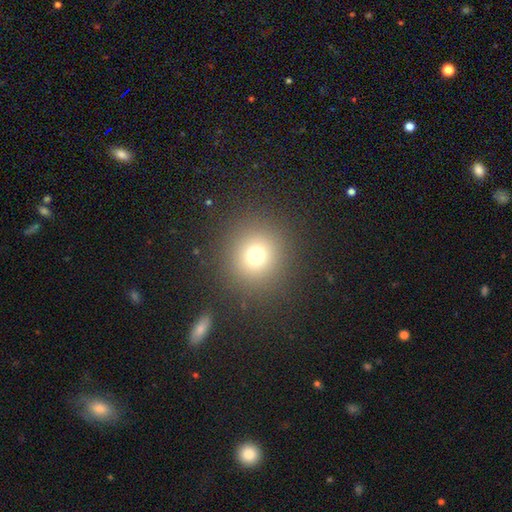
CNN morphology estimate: smooth-or-featured: smooth: 71% | star or artifact: 20% | featured or disk: 9%
  how-rounded: round: 93% | in between: 6% | cigar-shaped: 1%
  merging: none: 89% | minor disturbance: 6% | major disturbance: 4% | merger: 1%